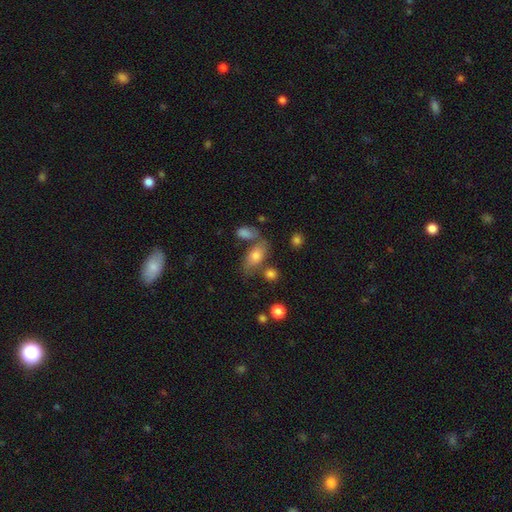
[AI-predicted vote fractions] Smooth or featured?
  - smooth: 74% *
  - featured or disk: 17%
  - star or artifact: 9%
How rounded?
  - in between: 85% *
  - round: 8%
  - cigar-shaped: 7%
Merging?
  - none: 58% *
  - merger: 18%
  - minor disturbance: 17%
  - major disturbance: 7%